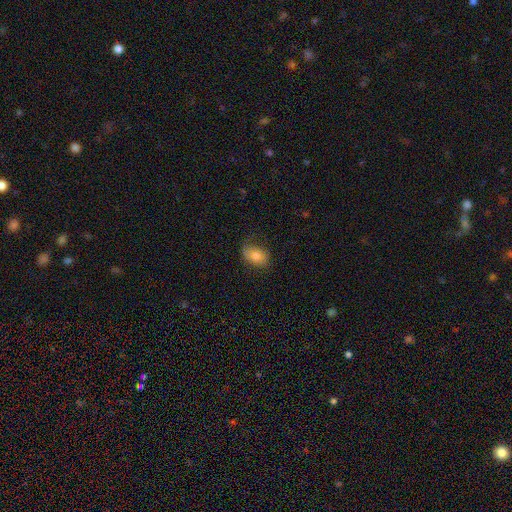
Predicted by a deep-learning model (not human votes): Smooth or featured: smooth — 74% (featured or disk — 17%)
How rounded: in between — 78% (round — 21%)
Merging: none — 64% (minor disturbance — 25%)